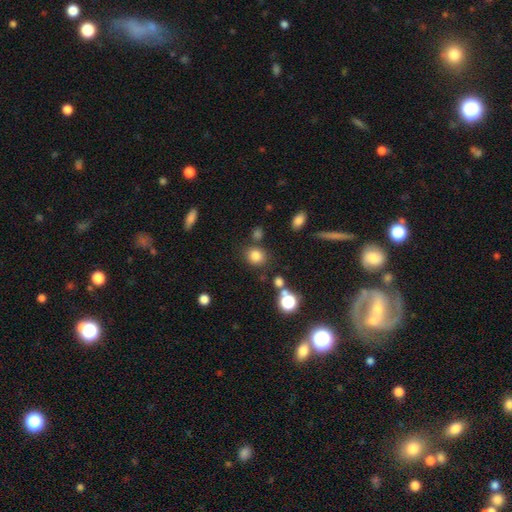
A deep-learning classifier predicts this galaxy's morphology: The model was most divided on "how rounded": round: 75%, in between: 24%, cigar-shaped: 1%. More confident: smooth or featured — smooth (80%); merging — none (78%).